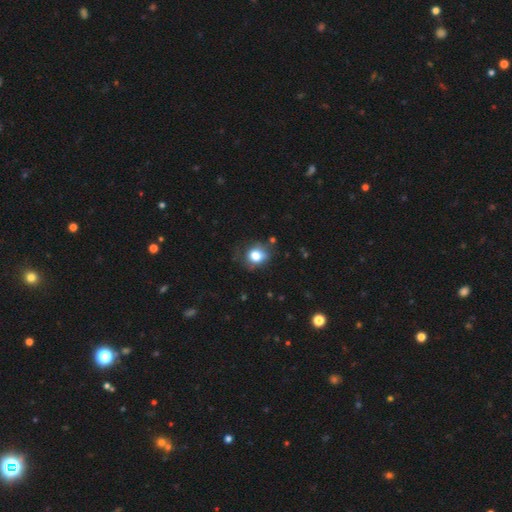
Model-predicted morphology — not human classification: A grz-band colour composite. It shows a smooth galaxy with no disk features (78%) that is round (62%). Merging: none (63%).